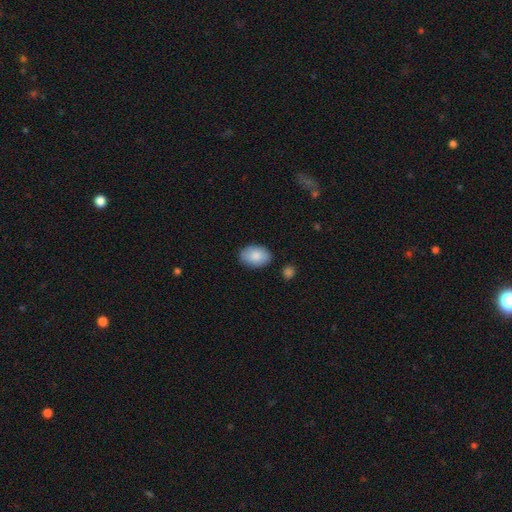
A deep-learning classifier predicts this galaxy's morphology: A smooth galaxy with no disk features (86%) that is in between round and cigar-shaped (85%).

Vote fractions:
- Smooth or featured? smooth: 86% / featured or disk: 8% / star or artifact: 6%
- How rounded? in between: 85% / round: 14% / cigar-shaped: 1%
- Merging? none: 84% / minor disturbance: 12% / major disturbance: 2% / merger: 2%